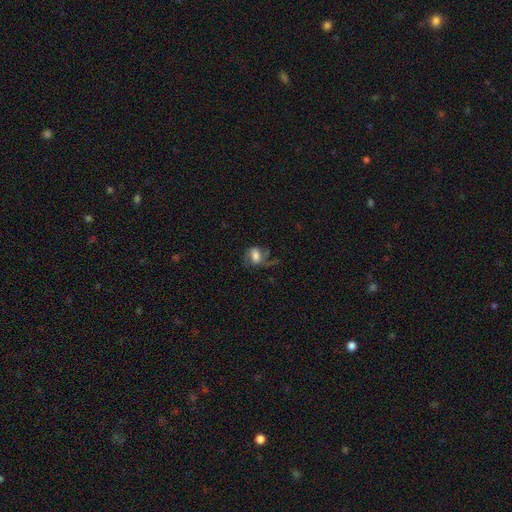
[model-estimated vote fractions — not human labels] smooth-or-featured: smooth: 52% | featured or disk: 37% | star or artifact: 11%
  how-rounded: in between: 73% | round: 25% | cigar-shaped: 2%
  merging: none: 38% | major disturbance: 36% | minor disturbance: 23% | merger: 3%